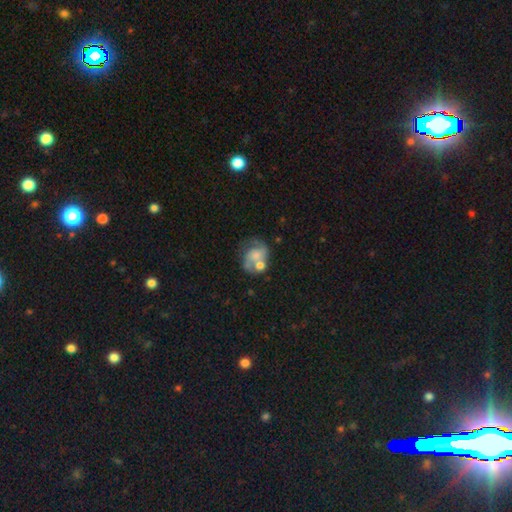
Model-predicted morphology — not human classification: Smooth or featured? featured or disk (57%)
Edge-on disk? no (98%)
Bar? no (74%)
Spiral arms? yes (67%)
Bulge size? moderate (34%)
Merging? merger (34%)